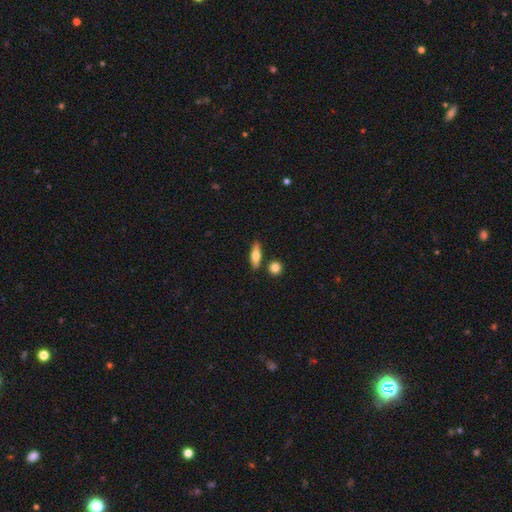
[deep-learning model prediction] A smooth galaxy with no disk features (63%) that is in between round and cigar-shaped (52%). Merging: none (82%).